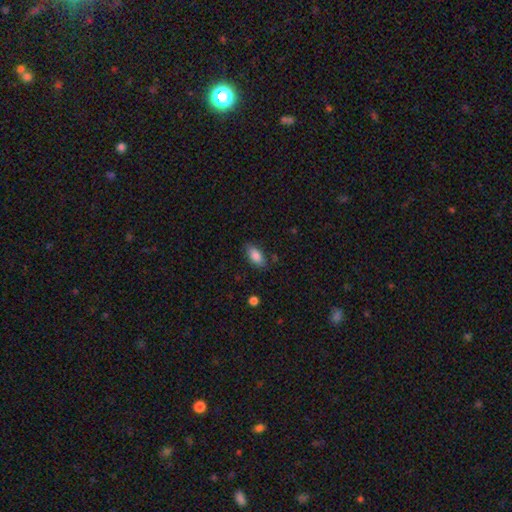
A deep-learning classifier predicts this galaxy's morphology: Q: Smooth or featured?
A: smooth (82%); runner-up: featured or disk (10%)
Q: How rounded?
A: in between (86%); runner-up: cigar-shaped (10%)
Q: Merging?
A: none (79%); runner-up: minor disturbance (16%)